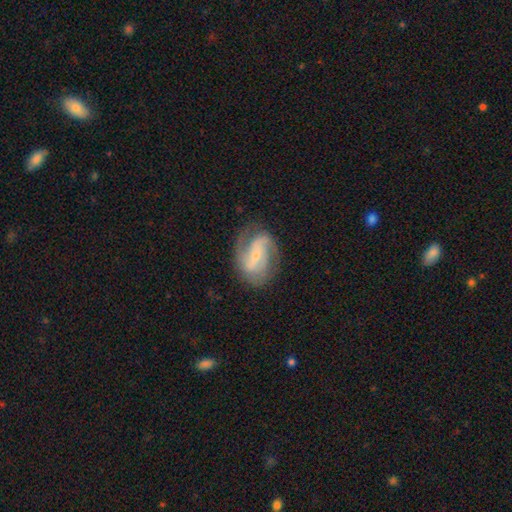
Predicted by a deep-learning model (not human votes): featured or disk 82%, smooth 12%, star or artifact 6%. Down the decision tree: edge-on disk — no (97%); bar — weak (42%); spiral arms — yes (94%); spiral arm count — 2 (66%); spiral winding — medium (49%); bulge size — small (70%); merging — none (69%).